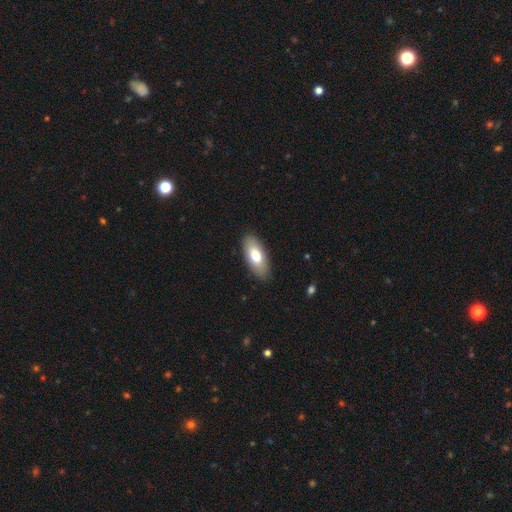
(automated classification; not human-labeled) A smooth galaxy with no disk features (75%) that is in between round and cigar-shaped (85%). Merging: none (87%).